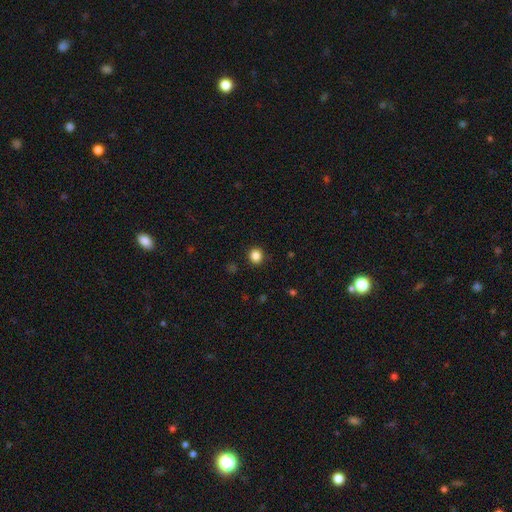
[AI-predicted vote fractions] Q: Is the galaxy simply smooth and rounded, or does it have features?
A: smooth — 85%.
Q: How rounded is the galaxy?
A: round — 89%.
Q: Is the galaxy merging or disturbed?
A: none — 91%.